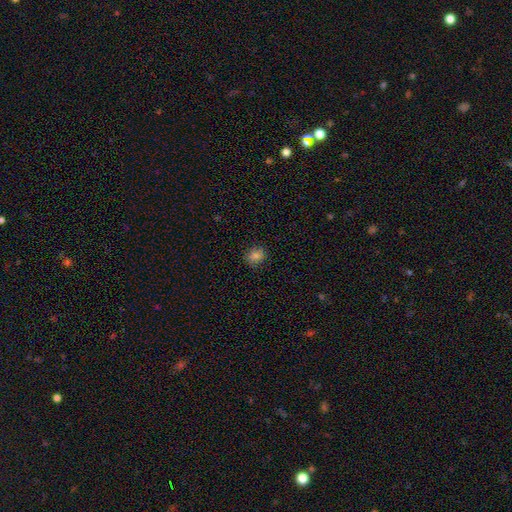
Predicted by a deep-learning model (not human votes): smooth-or-featured: smooth: 81% | star or artifact: 11% | featured or disk: 8%
  how-rounded: round: 64% | in between: 35% | cigar-shaped: 1%
  merging: none: 87% | minor disturbance: 10% | major disturbance: 2% | merger: 1%